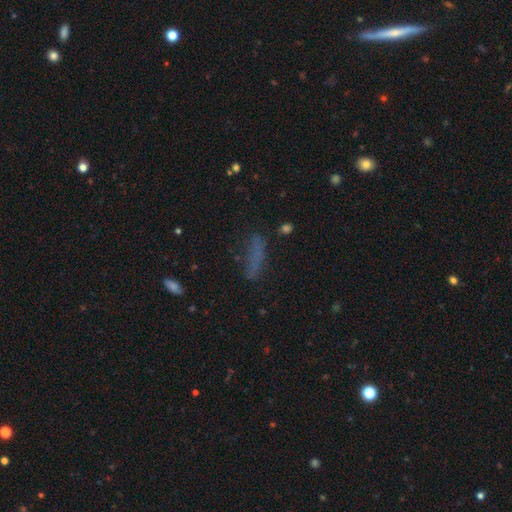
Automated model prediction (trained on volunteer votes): Morphology: type=smooth (62%); roundness=cigar-shaped (70%); merging=none (59%).